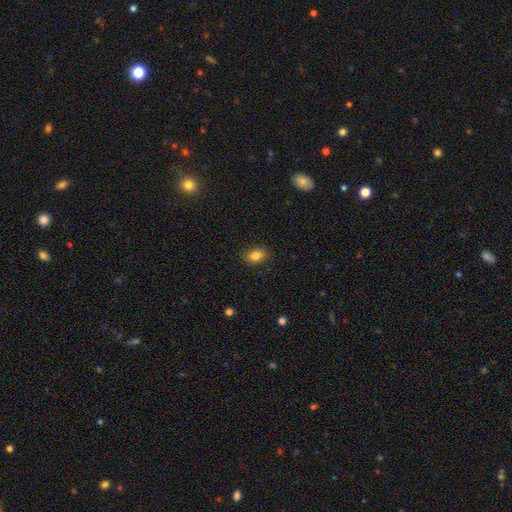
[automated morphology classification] Smooth or featured?
  - smooth: 84% *
  - star or artifact: 9%
  - featured or disk: 6%
How rounded?
  - in between: 74% *
  - round: 25%
  - cigar-shaped: 1%
Merging?
  - none: 88% *
  - minor disturbance: 9%
  - major disturbance: 2%
  - merger: 1%